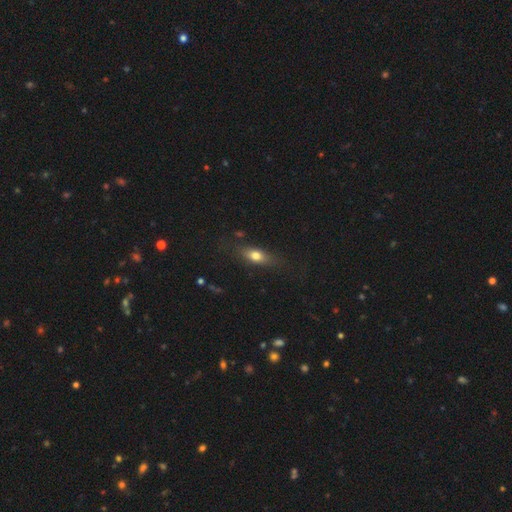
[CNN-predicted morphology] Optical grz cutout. It shows a smooth galaxy with no disk features (69%) that is in between round and cigar-shaped (62%). Merging: none (73%).